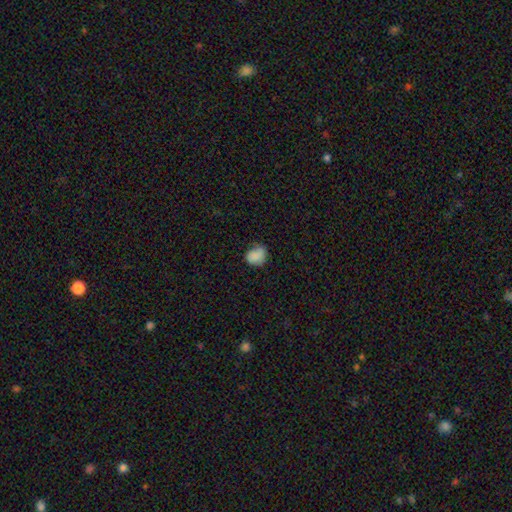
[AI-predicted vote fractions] smooth-or-featured: smooth: 81% | featured or disk: 10% | star or artifact: 9%
  how-rounded: round: 62% | in between: 37% | cigar-shaped: 1%
  merging: none: 53% | minor disturbance: 33% | major disturbance: 11% | merger: 3%